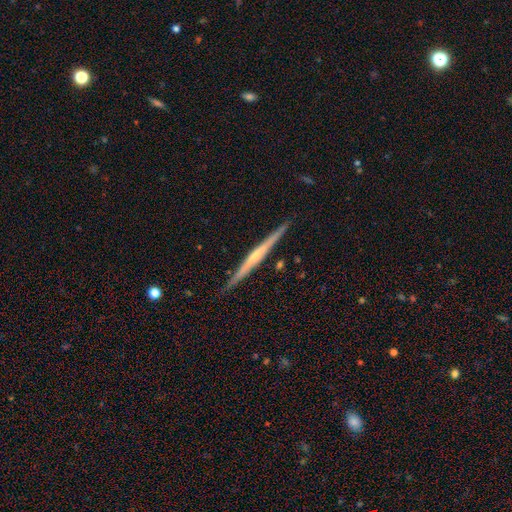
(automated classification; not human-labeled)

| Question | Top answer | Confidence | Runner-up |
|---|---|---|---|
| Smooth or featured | featured or disk | 77% | smooth (17%) |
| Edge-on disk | yes | 98% | no (2%) |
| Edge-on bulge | rounded | 58% | none (34%) |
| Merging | none | 91% | minor disturbance (6%) |